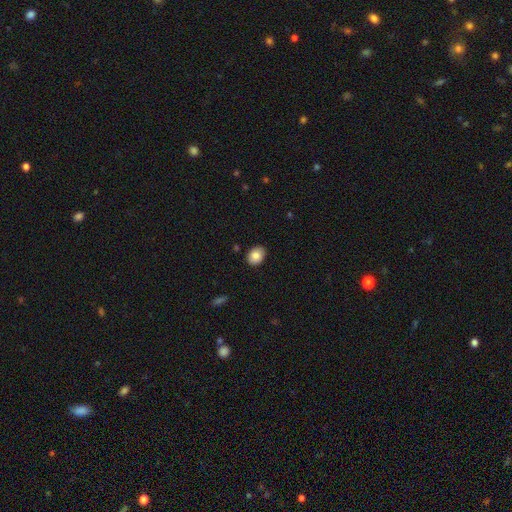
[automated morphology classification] A smooth galaxy with no disk features (84%) that is in between round and cigar-shaped (66%). Merging: none (87%).